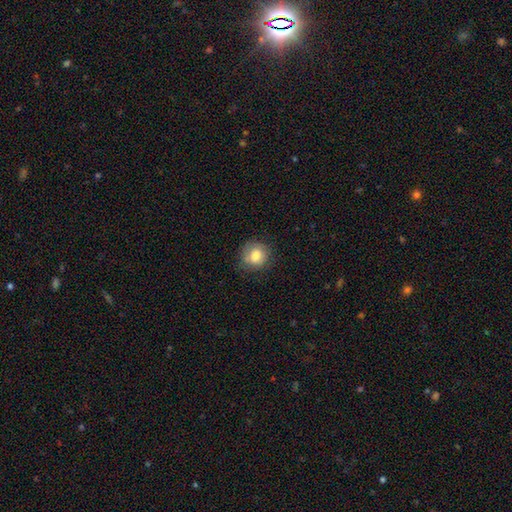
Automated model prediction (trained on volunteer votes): Smooth or featured: smooth — 77% (featured or disk — 14%)
How rounded: round — 85% (in between — 14%)
Merging: none — 73% (minor disturbance — 19%)